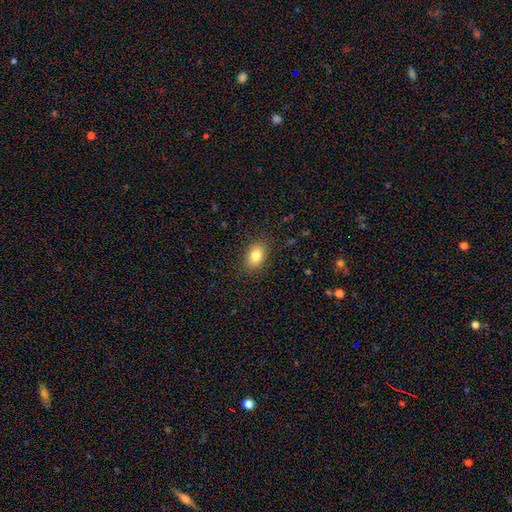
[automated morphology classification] smooth-or-featured: smooth: 83% | star or artifact: 9% | featured or disk: 9%
  how-rounded: in between: 80% | round: 19% | cigar-shaped: 1%
  merging: none: 86% | minor disturbance: 10% | major disturbance: 3% | merger: 1%